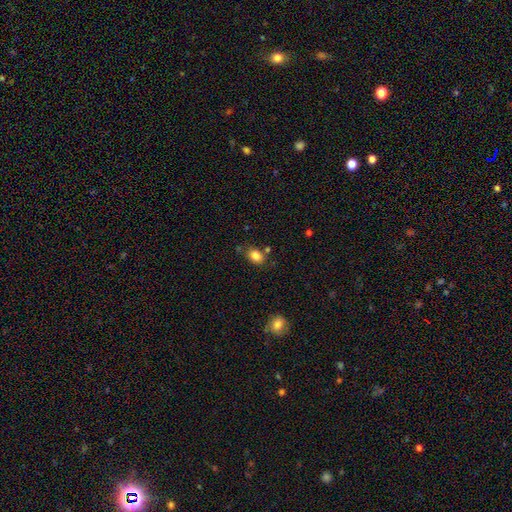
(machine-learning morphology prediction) Q: Smooth or featured?
A: smooth (83%); runner-up: star or artifact (10%)
Q: How rounded?
A: in between (69%); runner-up: round (30%)
Q: Merging?
A: none (73%); runner-up: minor disturbance (15%)